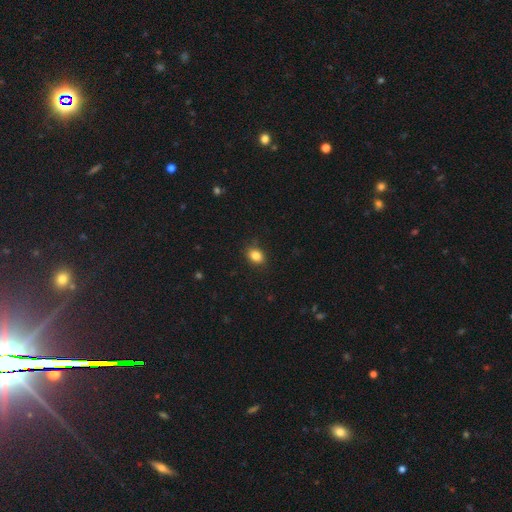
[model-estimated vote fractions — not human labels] Smooth or featured? Predicted: smooth (p=0.84). How rounded? Predicted: in between (p=0.66). Merging? Predicted: none (p=0.85).